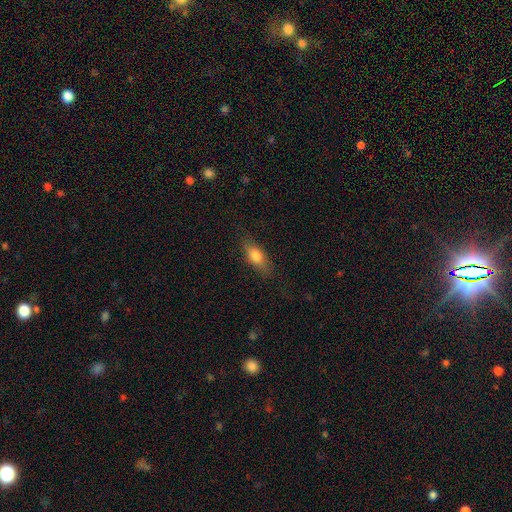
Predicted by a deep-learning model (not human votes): Smooth or featured? Predicted: smooth (p=0.74). How rounded? Predicted: in between (p=0.73). Merging? Predicted: none (p=0.78).